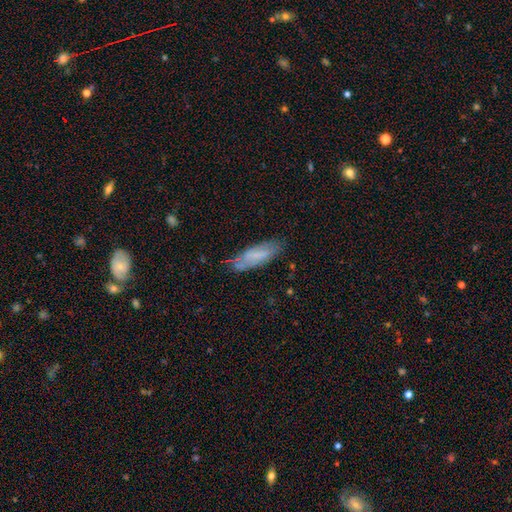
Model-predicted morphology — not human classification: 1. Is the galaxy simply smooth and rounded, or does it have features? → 60% smooth, 33% featured or disk, 8% star or artifact.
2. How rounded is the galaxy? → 50% cigar-shaped, 49% in between, 2% round.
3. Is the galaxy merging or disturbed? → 67% none, 24% minor disturbance, 7% major disturbance, 3% merger.